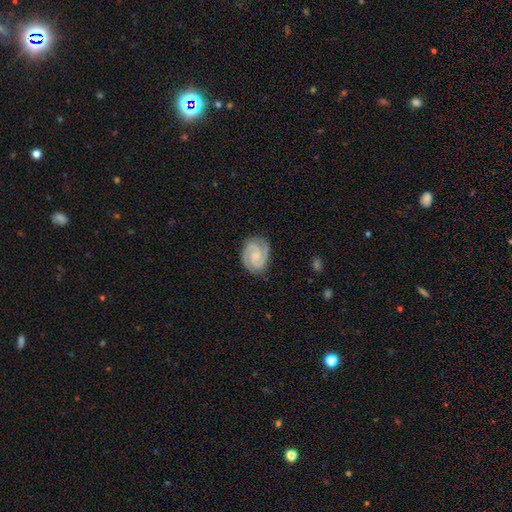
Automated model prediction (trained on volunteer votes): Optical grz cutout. It shows a featured or disk galaxy (90%) with no bar (57%), 2 (88%) tight (63%) spiral arms (98%) and a small central bulge (47%). Merging: none (83%).